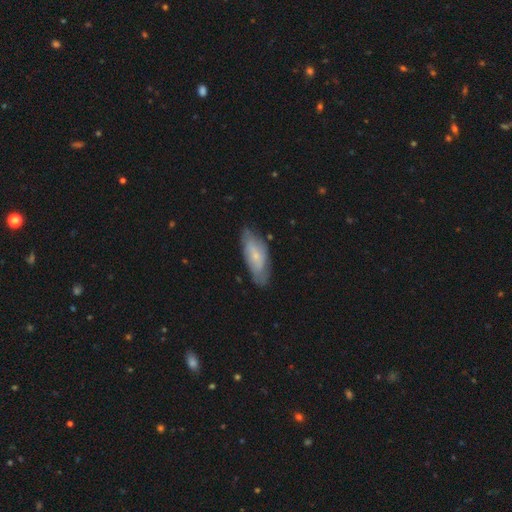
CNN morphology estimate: Smooth or featured? Predicted: smooth (p=0.49). Merging? Predicted: none (p=0.72).